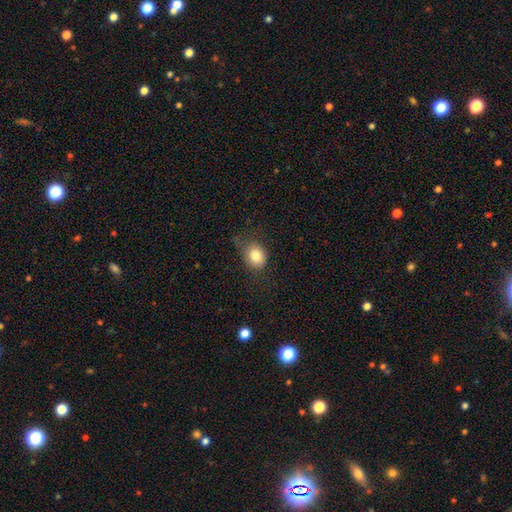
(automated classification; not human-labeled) The model was most divided on "how rounded": round: 54%, in between: 45%, cigar-shaped: 1%. More confident: smooth or featured — smooth (82%); merging — none (61%).